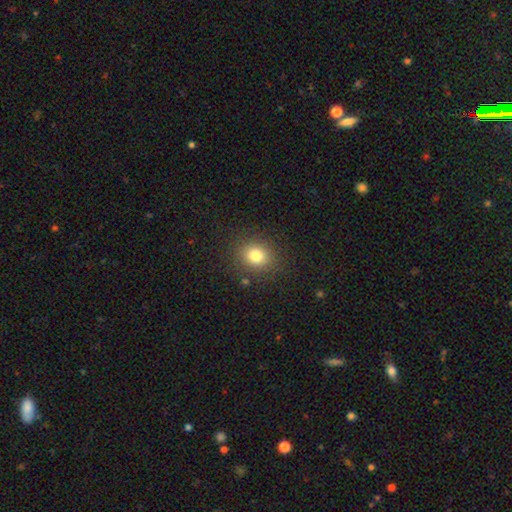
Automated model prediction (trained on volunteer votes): Smooth or featured: smooth — 79% (star or artifact — 13%)
How rounded: round — 75% (in between — 24%)
Merging: none — 87% (minor disturbance — 8%)